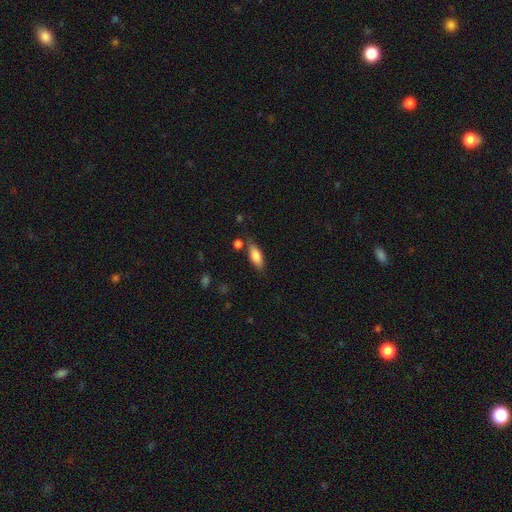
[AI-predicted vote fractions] A smooth galaxy with no disk features (80%) that is in between round and cigar-shaped (72%). Merging: none (74%).